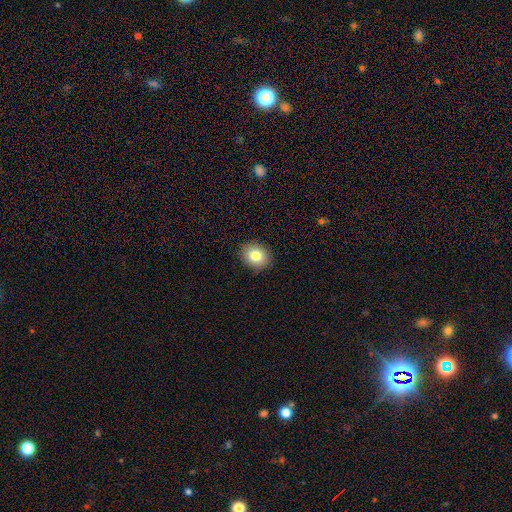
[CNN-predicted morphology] Q: Smooth or featured?
A: smooth (82%); runner-up: star or artifact (9%)
Q: How rounded?
A: round (50%); runner-up: in between (49%)
Q: Merging?
A: none (90%); runner-up: minor disturbance (7%)